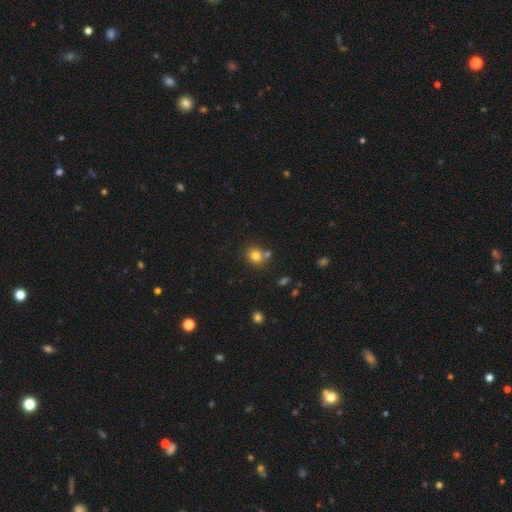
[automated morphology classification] smooth 80%, star or artifact 13%, featured or disk 8%. Down the decision tree: how rounded — round (76%); merging — none (66%).